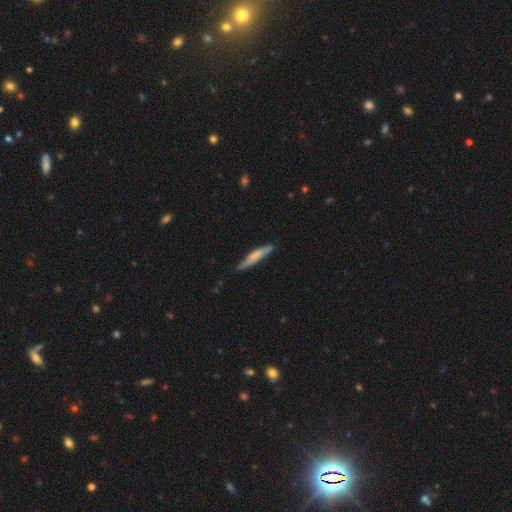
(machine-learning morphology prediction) type=smooth (62%); roundness=cigar-shaped (89%); merging=none (66%).